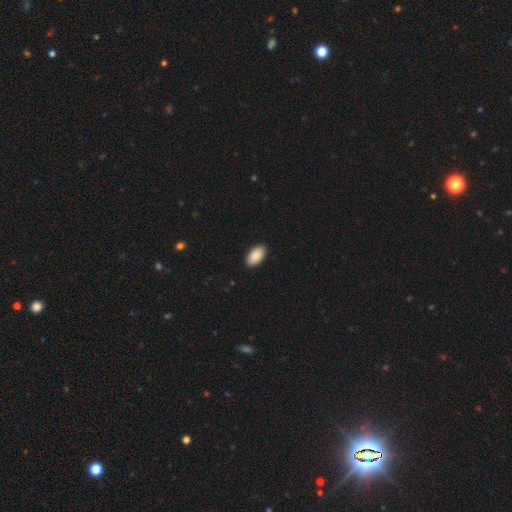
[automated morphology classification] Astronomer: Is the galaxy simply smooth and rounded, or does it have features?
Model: smooth — 90%.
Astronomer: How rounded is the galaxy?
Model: in between — 96%.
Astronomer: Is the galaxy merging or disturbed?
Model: none — 91%.